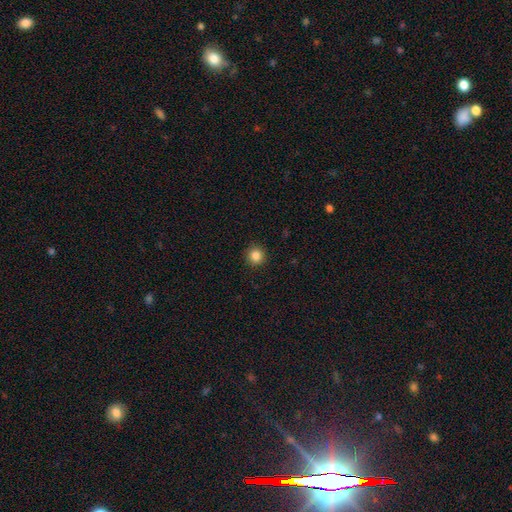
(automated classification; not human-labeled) smooth 85%, star or artifact 11%, featured or disk 4%. Down the decision tree: how rounded — round (94%); merging — none (92%).